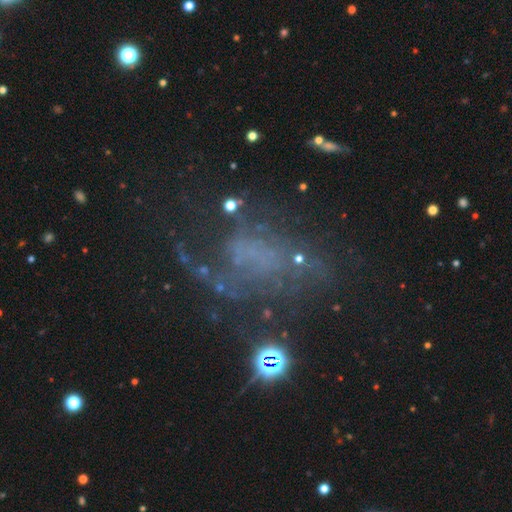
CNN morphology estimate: featured or disk 60%, star or artifact 22%, smooth 17%. Down the decision tree: edge-on disk — no (96%); bar — no (72%); spiral arms — yes (64%); bulge size — none (71%); merging — none (42%).